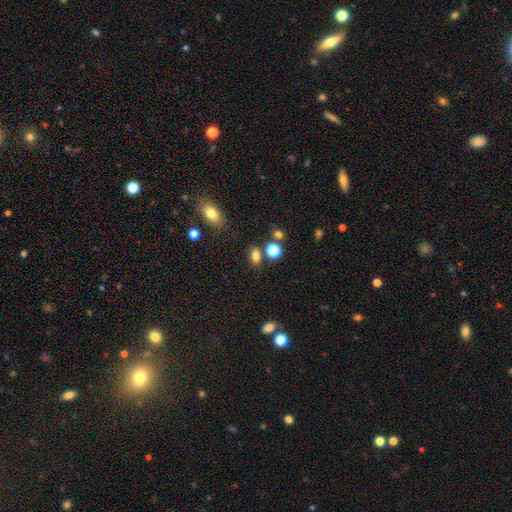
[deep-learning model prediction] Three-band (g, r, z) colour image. It shows a smooth galaxy with no disk features (80%) that is in between round and cigar-shaped (79%). Merging: none (76%).